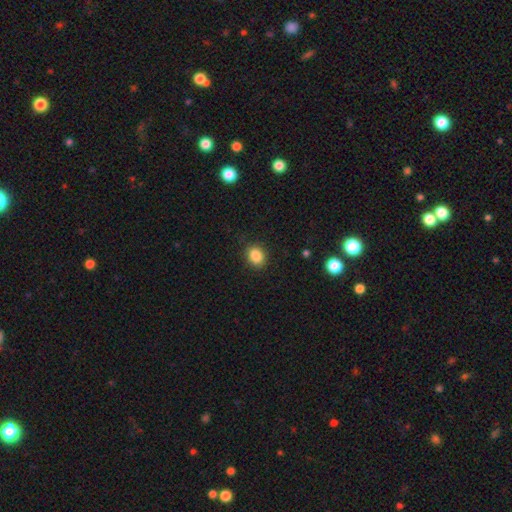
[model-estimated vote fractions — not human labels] The model was most divided on "how rounded": round: 53%, in between: 46%, cigar-shaped: 1%. More confident: merging — none (87%); smooth or featured — smooth (87%).